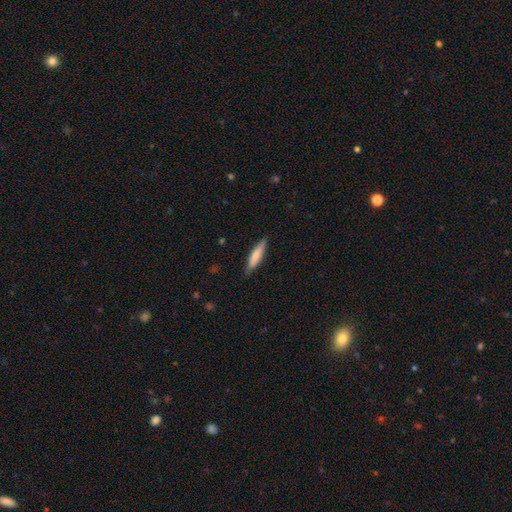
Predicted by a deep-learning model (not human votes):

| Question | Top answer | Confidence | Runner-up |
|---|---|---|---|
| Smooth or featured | smooth | 69% | featured or disk (25%) |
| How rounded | cigar-shaped | 81% | in between (17%) |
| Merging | none | 83% | minor disturbance (13%) |